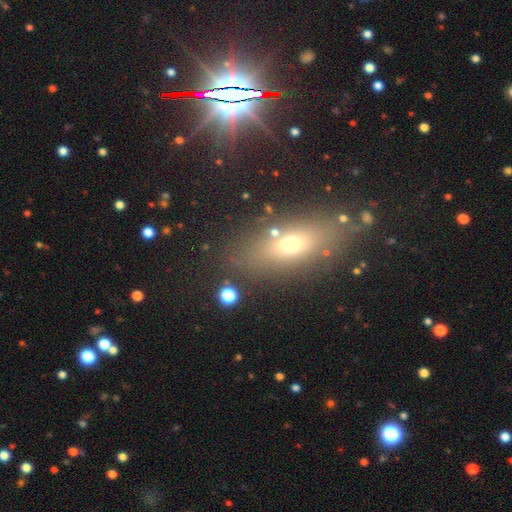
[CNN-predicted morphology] The model was most divided on "smooth or featured": smooth: 43%, star or artifact: 31%, featured or disk: 26%. More confident: merging — none (81%).